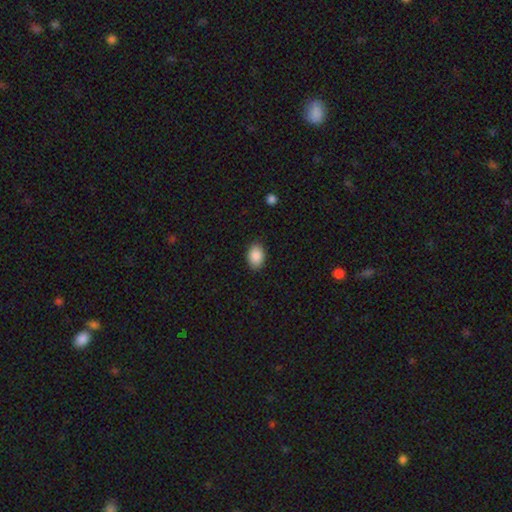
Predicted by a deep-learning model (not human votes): A smooth galaxy with no disk features (89%) that is in between round and cigar-shaped (81%).

Vote fractions:
- Smooth or featured? smooth: 89% / star or artifact: 7% / featured or disk: 4%
- How rounded? in between: 81% / round: 18% / cigar-shaped: 1%
- Merging? none: 88% / minor disturbance: 9% / major disturbance: 2% / merger: 1%